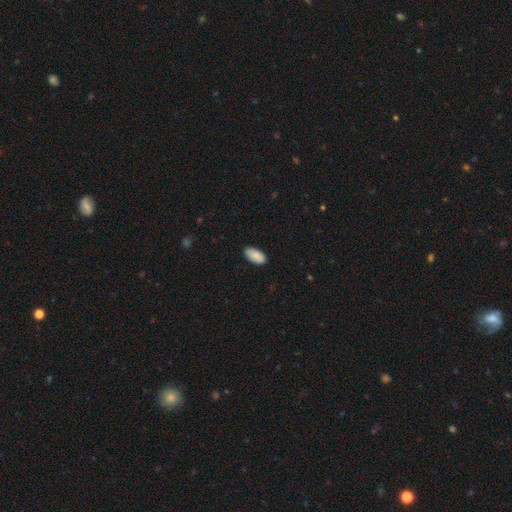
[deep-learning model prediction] smooth-or-featured: smooth: 87% | featured or disk: 7% | star or artifact: 6%
  how-rounded: in between: 93% | cigar-shaped: 5% | round: 2%
  merging: none: 87% | minor disturbance: 10% | major disturbance: 2% | merger: 1%